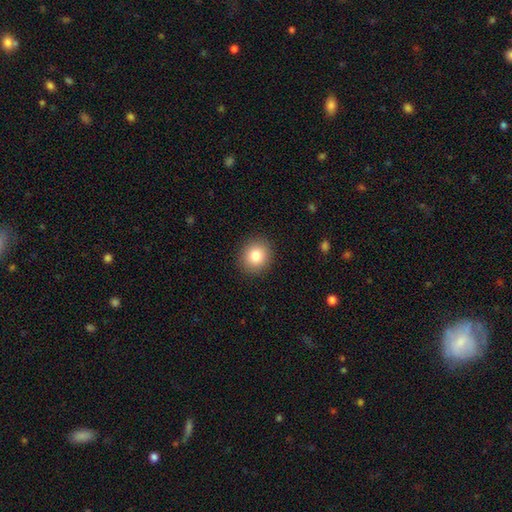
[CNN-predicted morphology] Smooth or featured: smooth — 82% (star or artifact — 10%)
How rounded: round — 82% (in between — 17%)
Merging: none — 90% (minor disturbance — 7%)